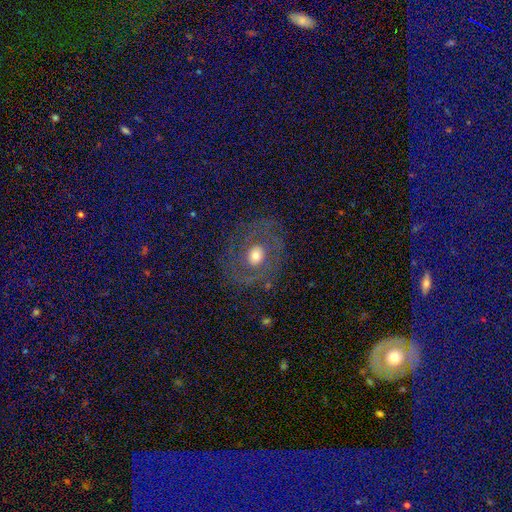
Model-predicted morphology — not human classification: Overall: featured or disk (49%; smooth 40%). Merging: none (74%).